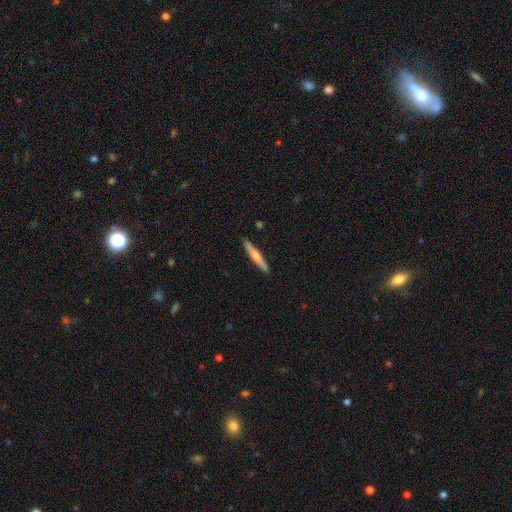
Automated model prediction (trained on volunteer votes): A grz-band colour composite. It shows a smooth galaxy with no disk features (48%). Merging: none (91%).